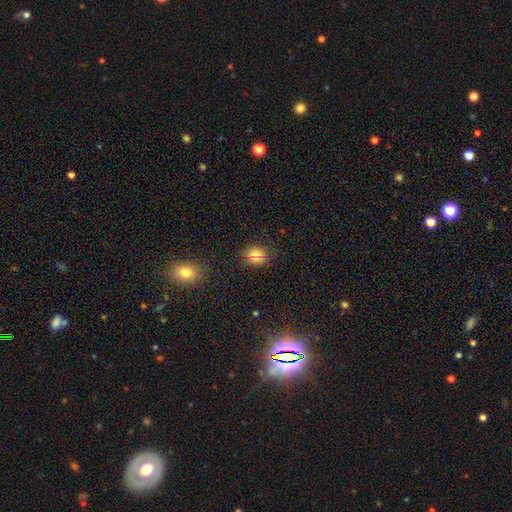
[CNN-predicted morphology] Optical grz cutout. It shows a smooth galaxy with no disk features (78%) that is round (71%). Merging: none (77%).